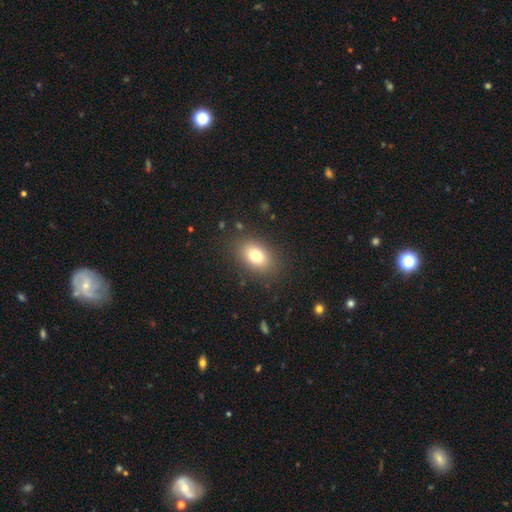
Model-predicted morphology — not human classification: Overall: smooth (77%). How rounded: in between (78%). Merging: none (85%).